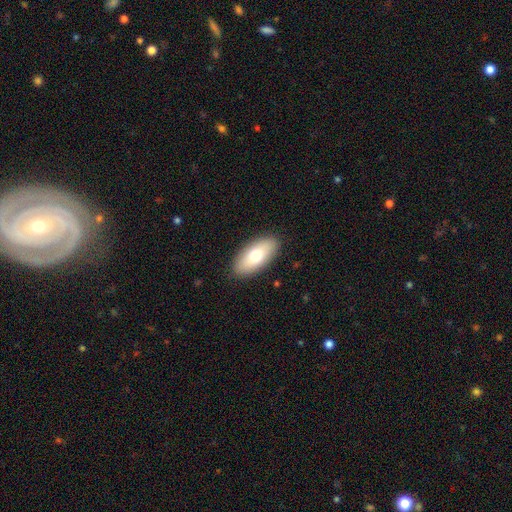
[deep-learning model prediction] A smooth galaxy with no disk features (72%) that is in between round and cigar-shaped (89%).

Vote fractions:
- Smooth or featured? smooth: 72% / featured or disk: 21% / star or artifact: 6%
- How rounded? in between: 89% / cigar-shaped: 8% / round: 2%
- Merging? none: 88% / minor disturbance: 9% / major disturbance: 2% / merger: 1%